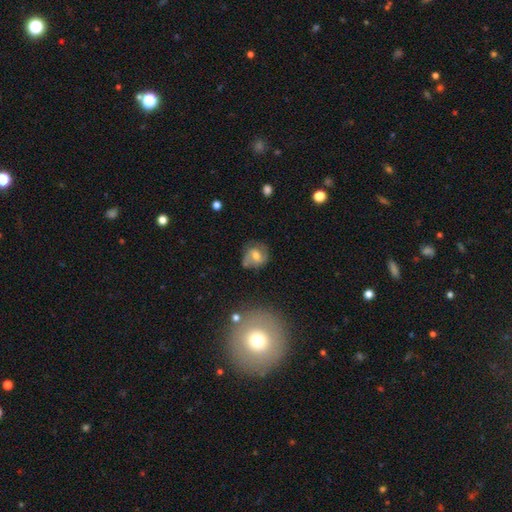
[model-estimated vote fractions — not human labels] Overall: featured or disk (55%; smooth 36%). Edge-on disk: no (96%). Bar: weak (48%; no 37%). Spiral arms: yes (82%). Bulge size: moderate (65%). Merging: none (64%).